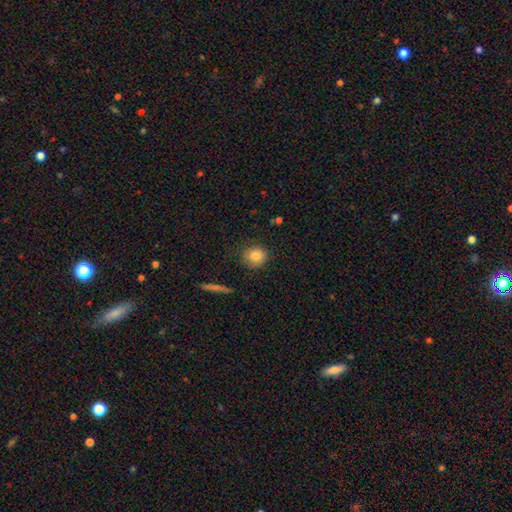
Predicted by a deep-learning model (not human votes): This appears to be a smooth galaxy with no disk features (85%) that is round (81%). Merging: none (81%).